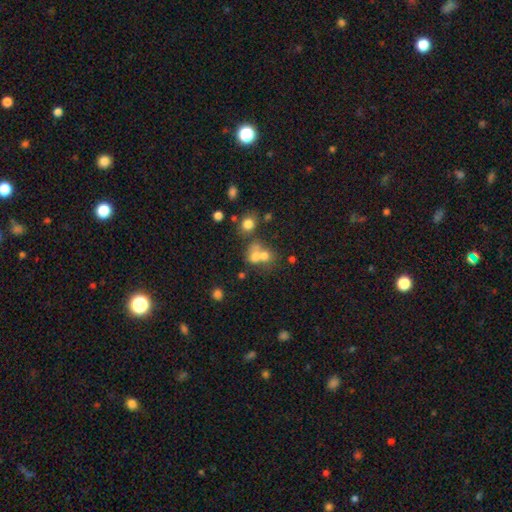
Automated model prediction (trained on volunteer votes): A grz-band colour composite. It shows a smooth galaxy with no disk features (65%) that is round (63%). Merging: merger (59%).